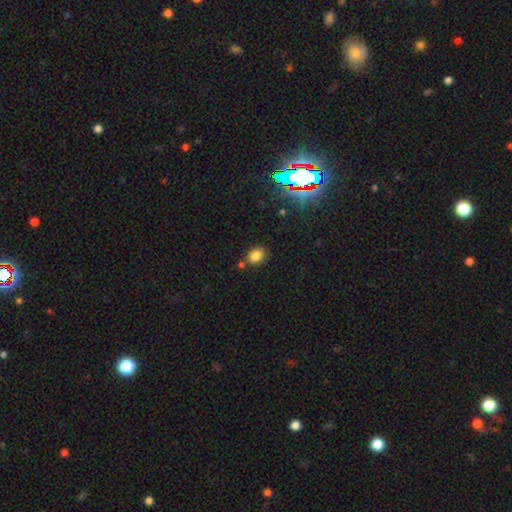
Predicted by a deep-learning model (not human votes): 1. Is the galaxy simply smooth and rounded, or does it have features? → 82% smooth, 13% star or artifact, 6% featured or disk.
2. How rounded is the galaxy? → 52% round, 47% in between, 1% cigar-shaped.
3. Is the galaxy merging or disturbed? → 73% none, 13% minor disturbance, 11% merger, 3% major disturbance.